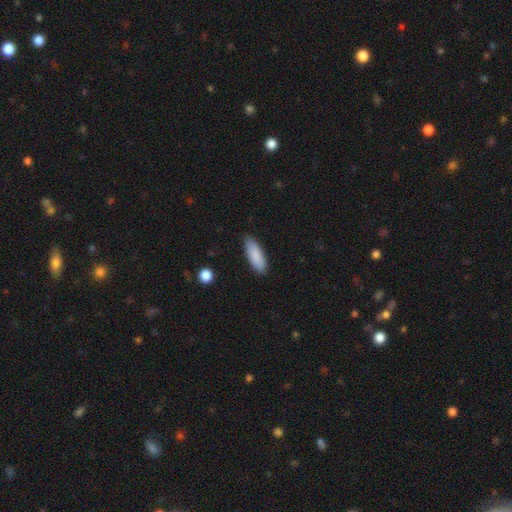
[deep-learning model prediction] This is clearly a smooth galaxy (87%). How rounded: likely in between (65%). Merging: clearly none (85%).